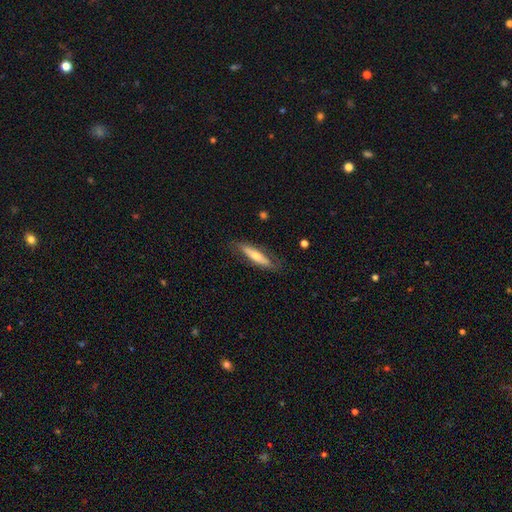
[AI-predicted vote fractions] smooth_or_featured: featured or disk (p=0.52) [alt: smooth p=0.41]
disk_edge_on: yes (p=0.71) [alt: no p=0.29]
merging: none (p=0.79) [alt: minor disturbance p=0.15]